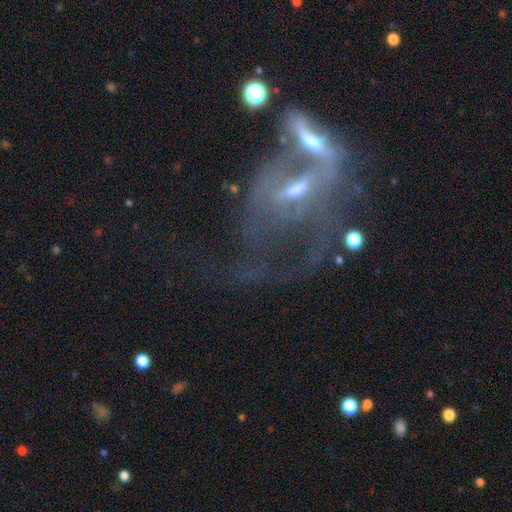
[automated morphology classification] smooth_or_featured: featured or disk (p=0.71) [alt: smooth p=0.15]
disk_edge_on: no (p=0.90) [alt: yes p=0.10]
bar: no (p=0.48) [alt: weak p=0.32]
has_spiral_arms: yes (p=0.54) [alt: no p=0.46]
bulge_size: small (p=0.50) [alt: moderate p=0.37]
merging: merger (p=0.58) [alt: major disturbance p=0.21]